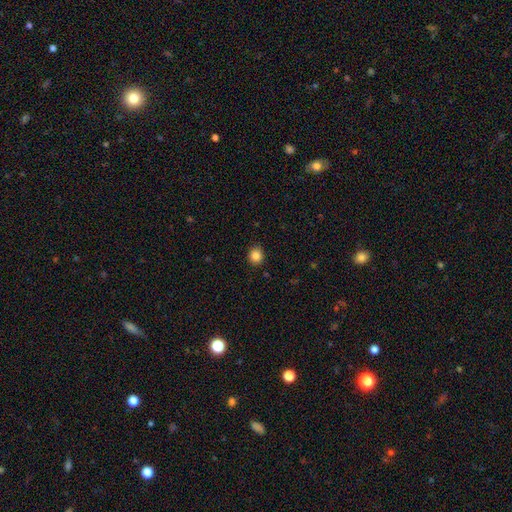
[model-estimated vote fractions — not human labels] This is clearly a smooth galaxy (85%). How rounded: clearly round (83%). Merging: clearly none (90%).